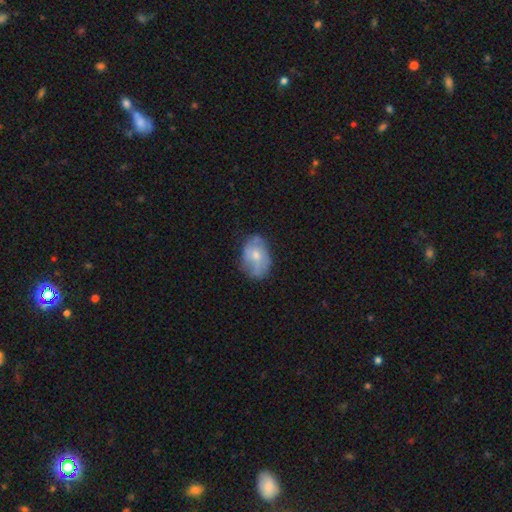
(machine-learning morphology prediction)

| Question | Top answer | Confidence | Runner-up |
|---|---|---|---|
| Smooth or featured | smooth | 52% | featured or disk (41%) |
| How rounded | in between | 79% | round (19%) |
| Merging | none | 60% | minor disturbance (29%) |